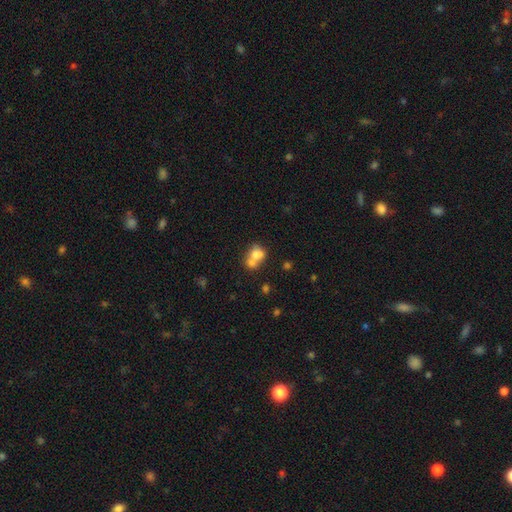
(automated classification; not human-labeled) A smooth galaxy with no disk features (69%) that is round (51%).

Vote fractions:
- Smooth or featured? smooth: 69% / featured or disk: 20% / star or artifact: 11%
- How rounded? round: 51% / in between: 48% / cigar-shaped: 1%
- Merging? merger: 64% / none: 23% / minor disturbance: 8% / major disturbance: 4%